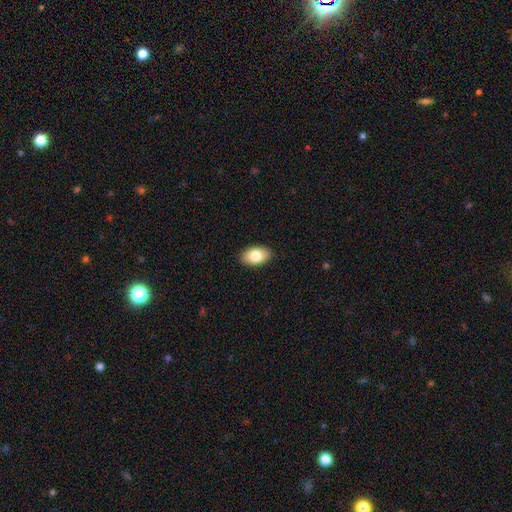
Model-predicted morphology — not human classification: smooth 81%, featured or disk 12%, star or artifact 7%. Down the decision tree: how rounded — in between (92%); merging — none (89%).